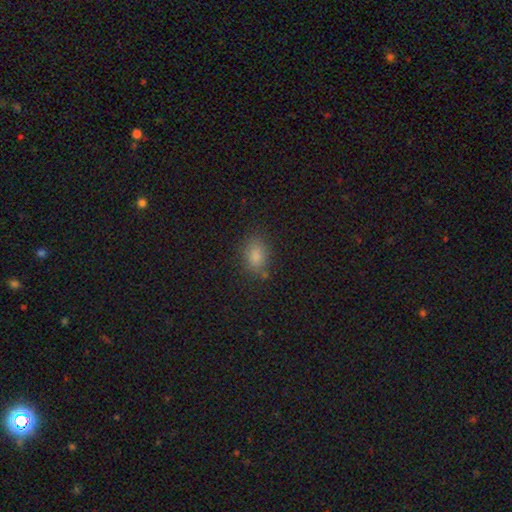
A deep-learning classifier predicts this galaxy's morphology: type=smooth (83%); roundness=in between (79%); merging=none (76%).